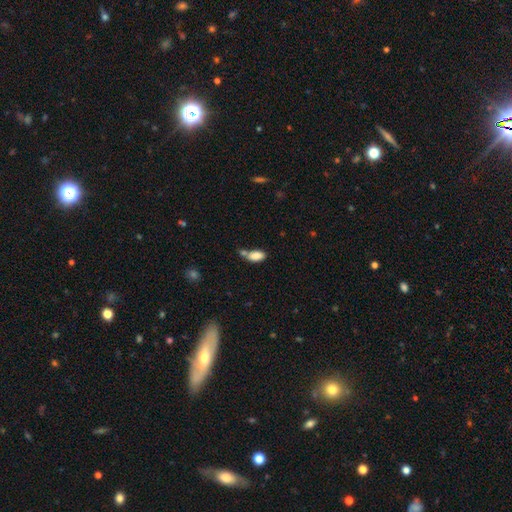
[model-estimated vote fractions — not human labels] Smooth or featured?
  - smooth: 85% *
  - star or artifact: 8%
  - featured or disk: 7%
How rounded?
  - in between: 92% *
  - cigar-shaped: 5%
  - round: 4%
Merging?
  - none: 45% *
  - merger: 32%
  - minor disturbance: 17%
  - major disturbance: 6%